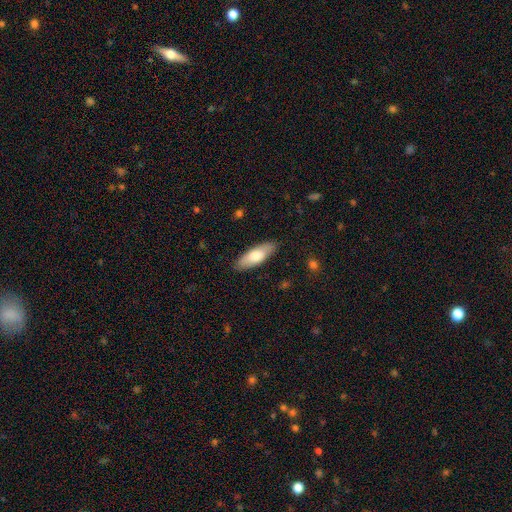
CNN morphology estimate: smooth_or_featured: smooth (p=0.71) [alt: featured or disk p=0.24]
how_rounded: in between (p=0.62) [alt: cigar-shaped p=0.36]
merging: none (p=0.87) [alt: minor disturbance p=0.10]